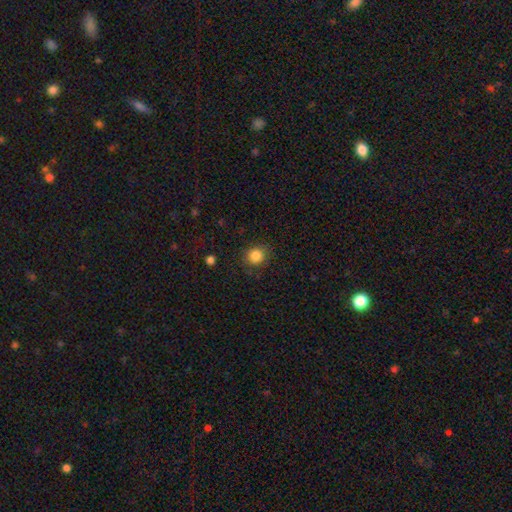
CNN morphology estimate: Smooth or featured? Predicted: smooth (p=0.85). How rounded? Predicted: round (p=0.83). Merging? Predicted: none (p=0.85).